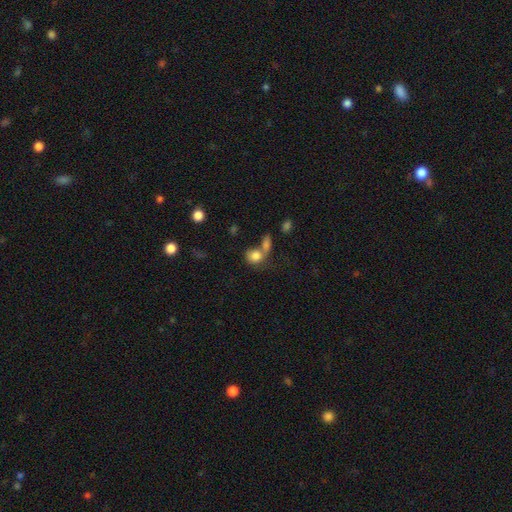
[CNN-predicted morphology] type=smooth (80%); roundness=round (60%); merging=merger (47%).